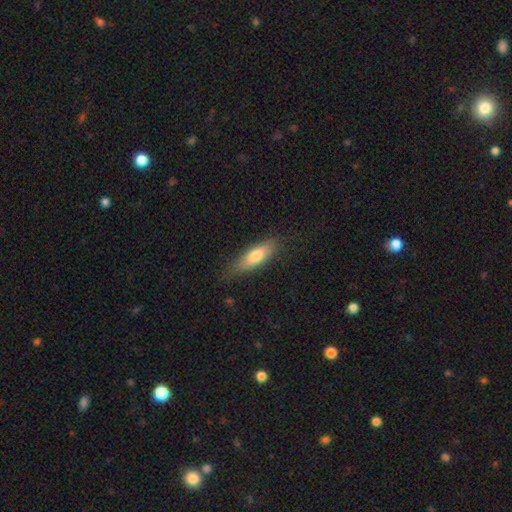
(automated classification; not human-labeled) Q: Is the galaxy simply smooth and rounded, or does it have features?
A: smooth — 73%.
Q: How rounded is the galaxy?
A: in between — 52%.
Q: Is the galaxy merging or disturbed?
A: none — 76%.